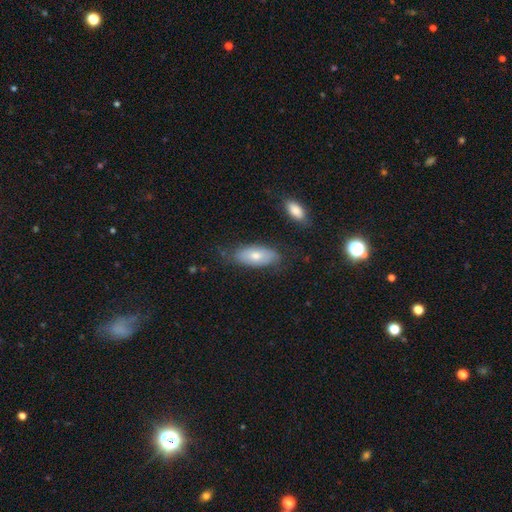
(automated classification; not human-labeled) smooth_or_featured: smooth (p=0.70) [alt: featured or disk p=0.23]
how_rounded: in between (p=0.88) [alt: cigar-shaped p=0.09]
merging: none (p=0.71) [alt: minor disturbance p=0.21]